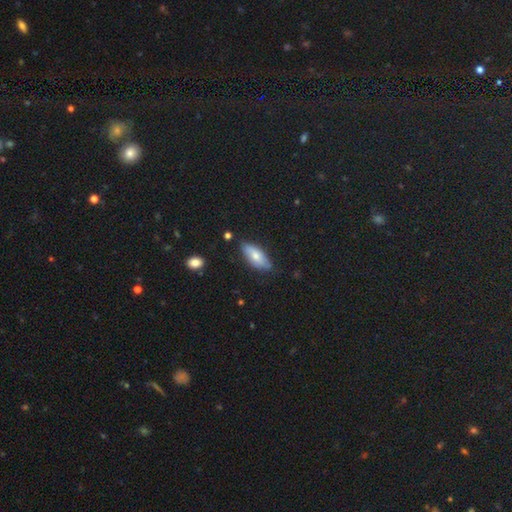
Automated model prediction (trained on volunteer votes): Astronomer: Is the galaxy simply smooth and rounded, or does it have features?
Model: smooth — 67%.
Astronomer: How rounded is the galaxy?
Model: in between — 77%.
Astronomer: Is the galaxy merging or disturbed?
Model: none — 77%.